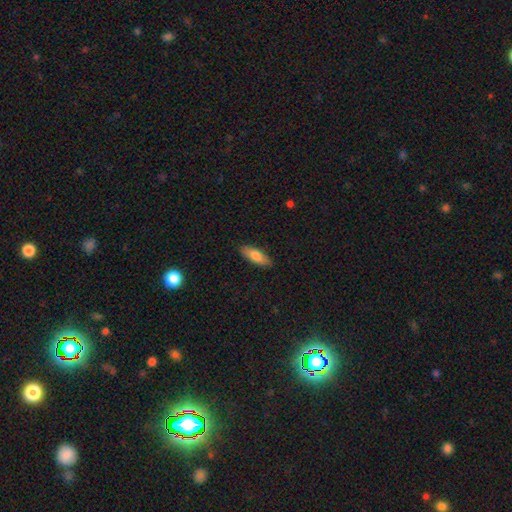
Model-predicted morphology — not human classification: A smooth galaxy with no disk features (79%) that is in between round and cigar-shaped (70%).

Vote fractions:
- Smooth or featured? smooth: 79% / featured or disk: 15% / star or artifact: 6%
- How rounded? in between: 70% / cigar-shaped: 28% / round: 2%
- Merging? none: 86% / minor disturbance: 11% / major disturbance: 2% / merger: 1%